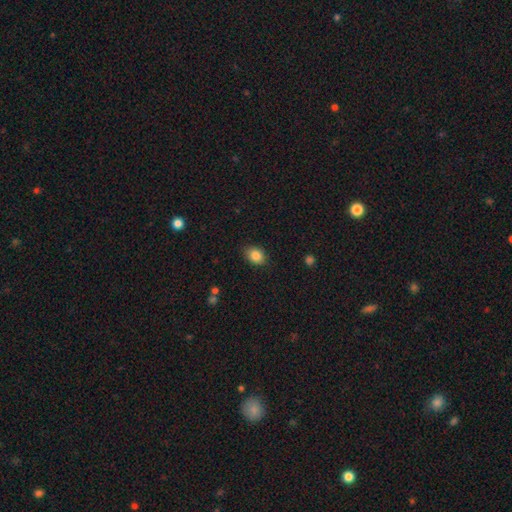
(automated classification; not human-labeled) smooth 86%, star or artifact 9%, featured or disk 5%. Down the decision tree: how rounded — in between (63%); merging — none (83%).